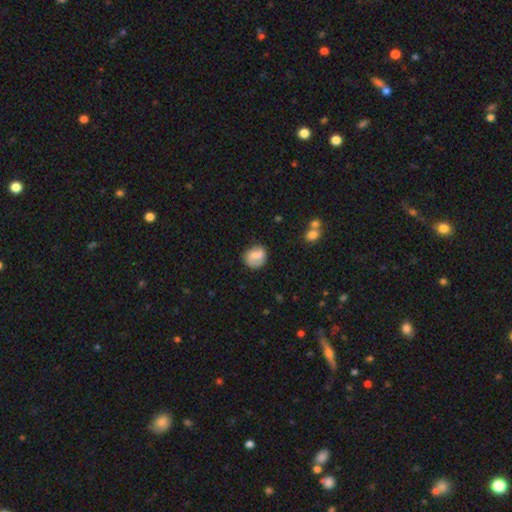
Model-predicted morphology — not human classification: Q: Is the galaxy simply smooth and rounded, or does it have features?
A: smooth — 71%.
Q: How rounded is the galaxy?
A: round — 75%.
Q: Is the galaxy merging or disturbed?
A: none — 68%.